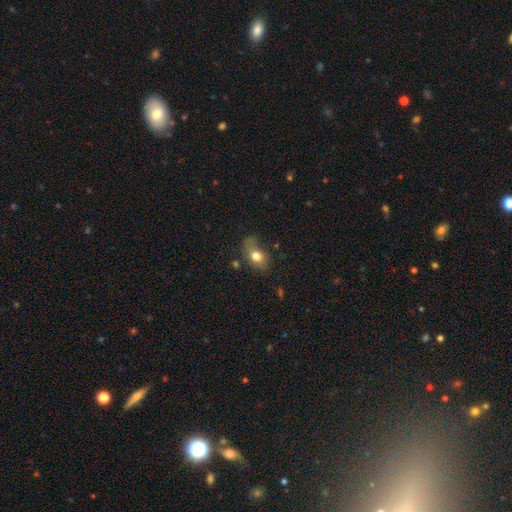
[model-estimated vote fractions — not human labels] Overall: smooth (75%). How rounded: in between (74%). Merging: none (51%; minor disturbance 31%).